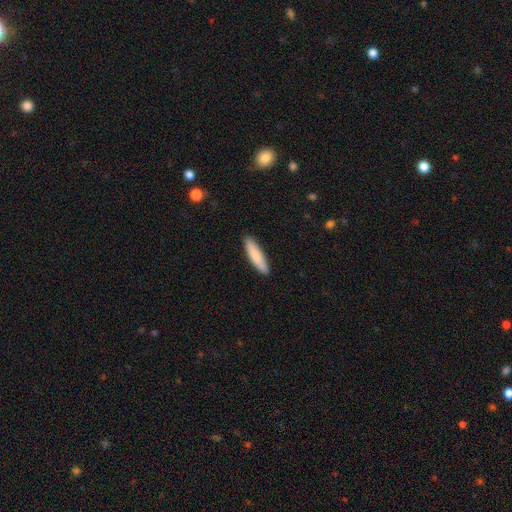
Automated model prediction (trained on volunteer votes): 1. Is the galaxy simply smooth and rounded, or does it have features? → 83% smooth, 12% featured or disk, 5% star or artifact.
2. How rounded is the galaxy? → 75% cigar-shaped, 24% in between, 1% round.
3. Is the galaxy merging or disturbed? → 90% none, 8% minor disturbance, 2% major disturbance, 1% merger.